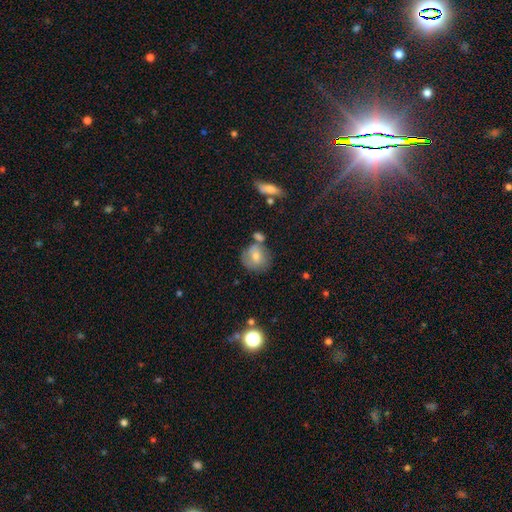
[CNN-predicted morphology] Q: Smooth or featured?
A: smooth (60%); runner-up: featured or disk (29%)
Q: How rounded?
A: round (77%); runner-up: in between (21%)
Q: Merging?
A: none (56%); runner-up: merger (19%)